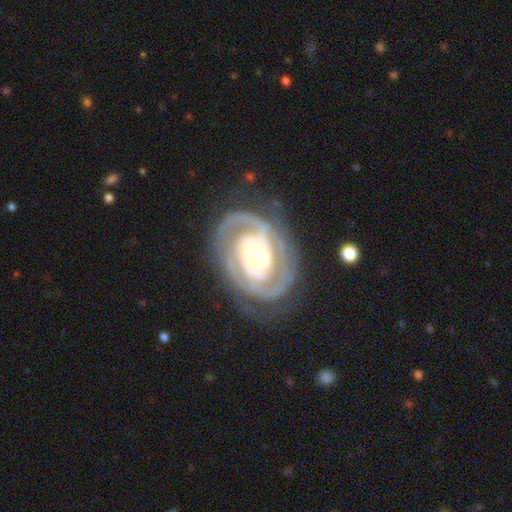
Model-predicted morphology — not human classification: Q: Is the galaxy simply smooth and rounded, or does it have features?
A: featured or disk — 90%.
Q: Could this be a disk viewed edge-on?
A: no — 97%.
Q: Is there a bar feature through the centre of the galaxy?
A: weak — 42%.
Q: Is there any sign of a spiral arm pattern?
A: yes — 96%.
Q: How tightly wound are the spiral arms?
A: tight — 68%.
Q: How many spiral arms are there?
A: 2 — 57%.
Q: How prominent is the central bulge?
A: moderate — 49%.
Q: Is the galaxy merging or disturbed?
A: none — 69%.